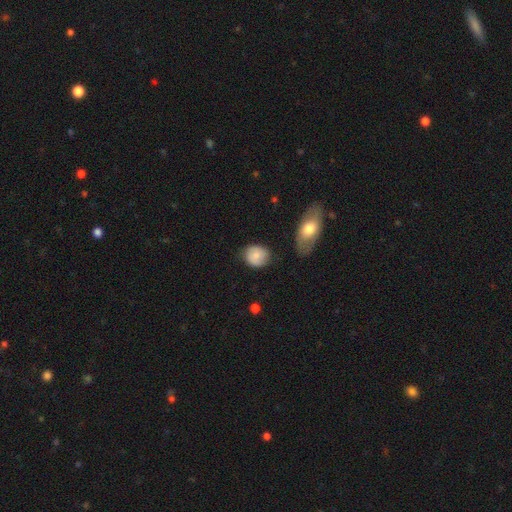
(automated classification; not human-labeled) This is likely a smooth galaxy (75%). How rounded: likely round (71%). Merging: likely none (72%).